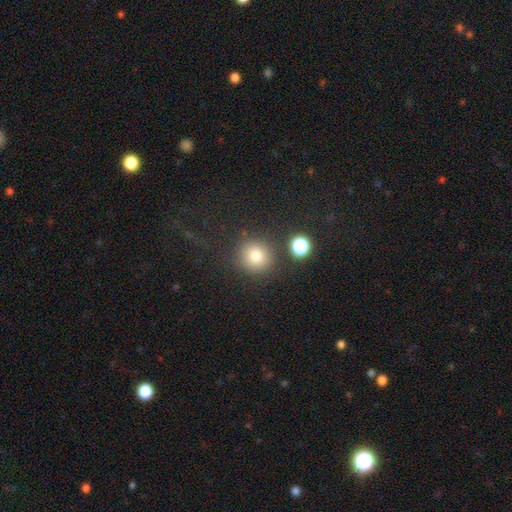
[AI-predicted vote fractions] This is likely a smooth galaxy (78%). How rounded: clearly round (92%). Merging: clearly none (83%).